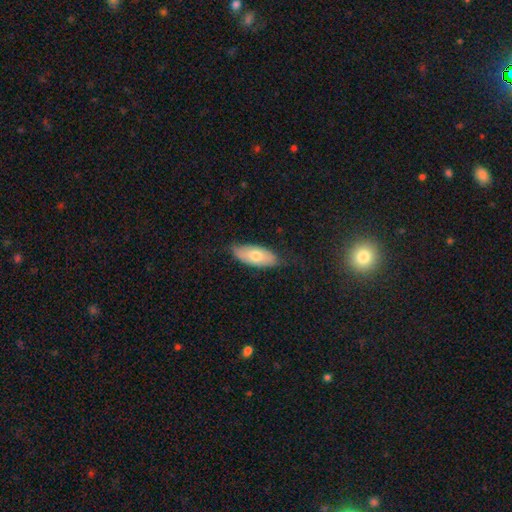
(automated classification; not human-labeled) The model was most divided on "smooth or featured": smooth: 71%, featured or disk: 23%, star or artifact: 6%. More confident: how rounded — in between (87%); merging — none (71%).